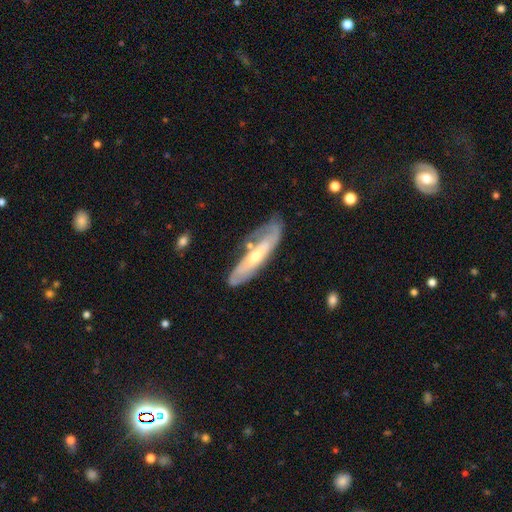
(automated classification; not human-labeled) This appears to be a featured or disk galaxy (68%). Merging: none (69%).